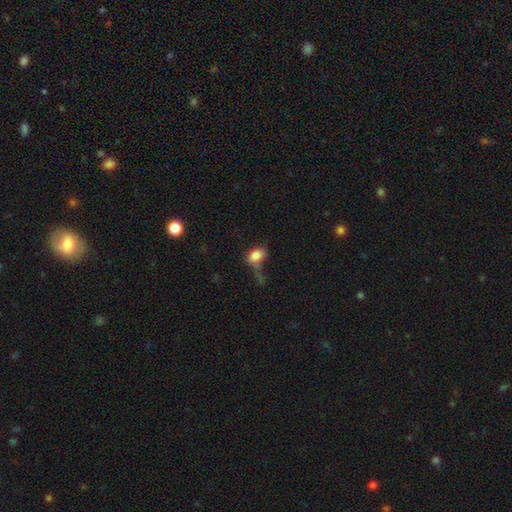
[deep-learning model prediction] Smooth or featured: smooth — 82% (star or artifact — 9%)
How rounded: in between — 82% (round — 16%)
Merging: none — 37% (major disturbance — 26%)